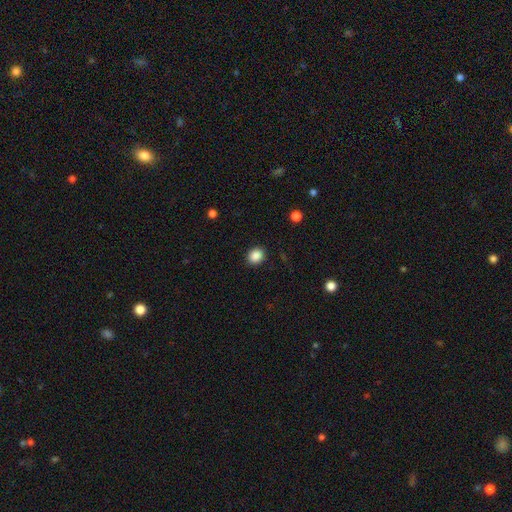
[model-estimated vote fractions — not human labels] A smooth galaxy with no disk features (88%) that is round (66%). Merging: none (90%).